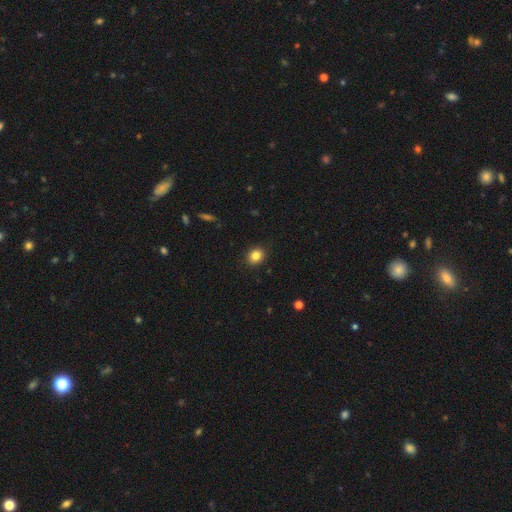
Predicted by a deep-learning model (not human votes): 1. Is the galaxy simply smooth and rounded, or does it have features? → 84% smooth, 11% star or artifact, 6% featured or disk.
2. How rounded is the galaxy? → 61% round, 38% in between, 1% cigar-shaped.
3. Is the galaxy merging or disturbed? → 90% none, 7% minor disturbance, 2% major disturbance, 1% merger.